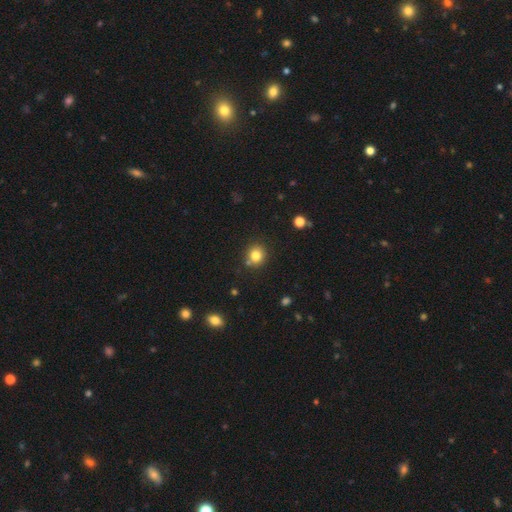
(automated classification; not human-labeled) smooth 81%, star or artifact 12%, featured or disk 7%. Down the decision tree: how rounded — round (88%); merging — none (79%).